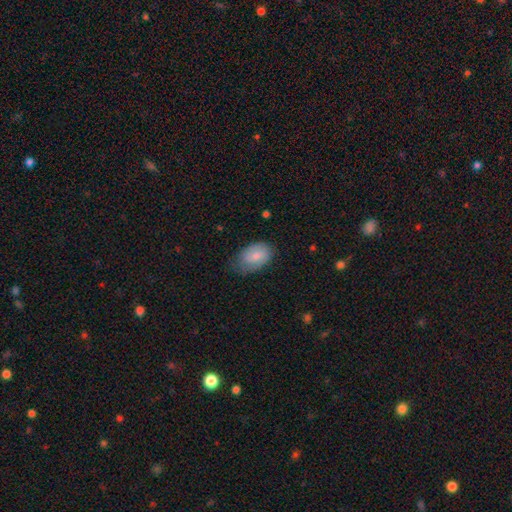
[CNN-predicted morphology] Overall: smooth (79%). How rounded: in between (90%). Merging: none (62%; minor disturbance 30%).